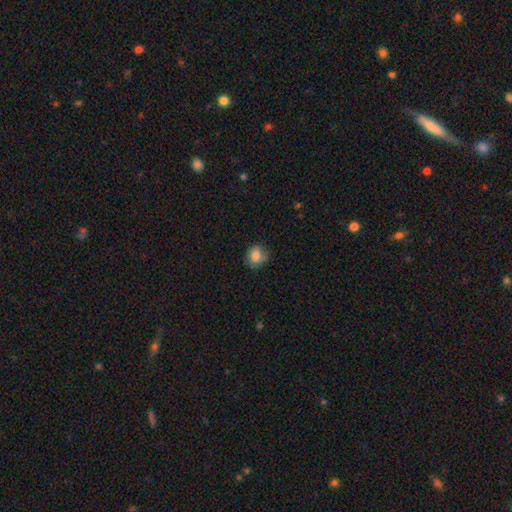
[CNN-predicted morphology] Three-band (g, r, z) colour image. It shows a smooth galaxy with no disk features (82%) that is round (79%). Merging: none (74%).